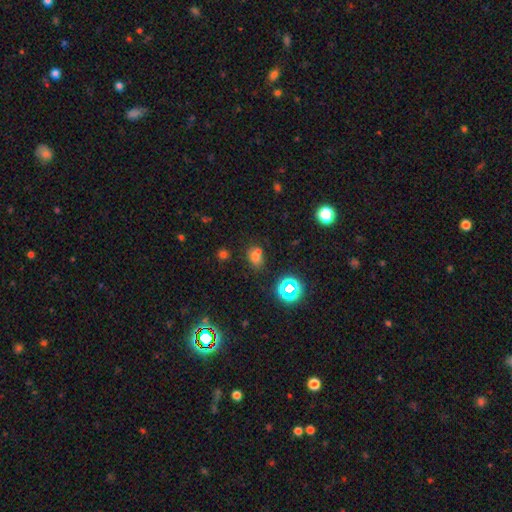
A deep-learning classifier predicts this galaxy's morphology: smooth_or_featured: smooth (p=0.60) [alt: star or artifact p=0.30]
how_rounded: in between (p=0.50) [alt: round p=0.49]
merging: none (p=0.54) [alt: merger p=0.30]